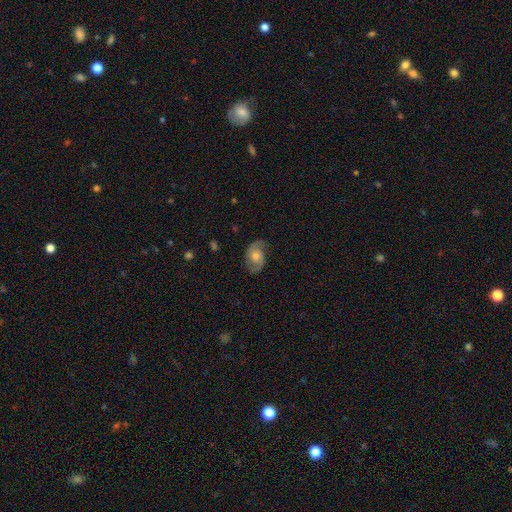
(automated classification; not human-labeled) smooth_or_featured: featured or disk (p=0.77) [alt: smooth p=0.16]
disk_edge_on: no (p=0.97) [alt: yes p=0.03]
bar: no (p=0.69) [alt: weak p=0.26]
has_spiral_arms: yes (p=0.94) [alt: no p=0.06]
spiral_winding: medium (p=0.49) [alt: tight p=0.31]
spiral_arm_count: 2 (p=0.89) [alt: can't tell p=0.05]
bulge_size: moderate (p=0.60) [alt: small p=0.26]
merging: none (p=0.77) [alt: minor disturbance p=0.16]